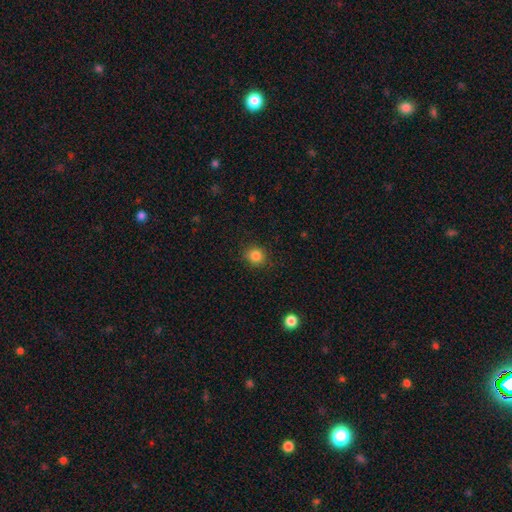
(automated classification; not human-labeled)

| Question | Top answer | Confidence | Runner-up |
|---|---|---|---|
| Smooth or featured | smooth | 85% | star or artifact (11%) |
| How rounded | round | 87% | in between (12%) |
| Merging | none | 88% | minor disturbance (8%) |